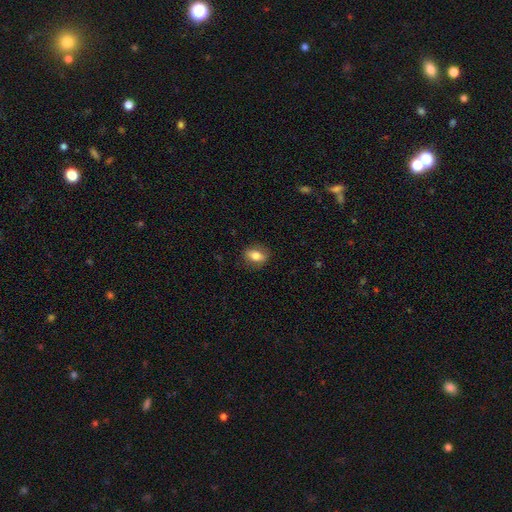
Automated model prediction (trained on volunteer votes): Smooth or featured?
  - smooth: 74% *
  - featured or disk: 17%
  - star or artifact: 8%
How rounded?
  - in between: 74% *
  - round: 21%
  - cigar-shaped: 5%
Merging?
  - none: 83% *
  - minor disturbance: 12%
  - major disturbance: 3%
  - merger: 1%